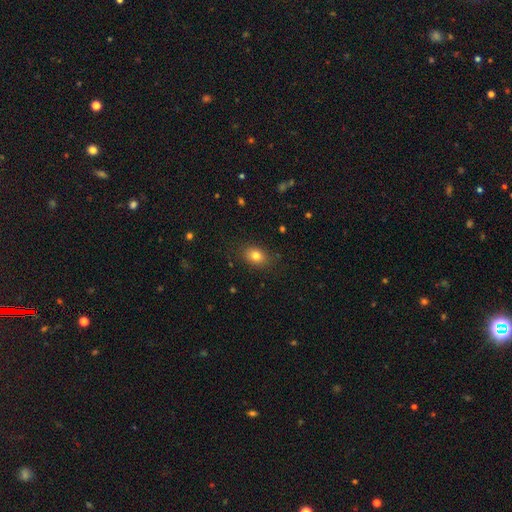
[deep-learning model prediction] The model was most divided on "how rounded": in between: 71%, round: 27%, cigar-shaped: 2%. More confident: merging — none (85%); smooth or featured — smooth (80%).